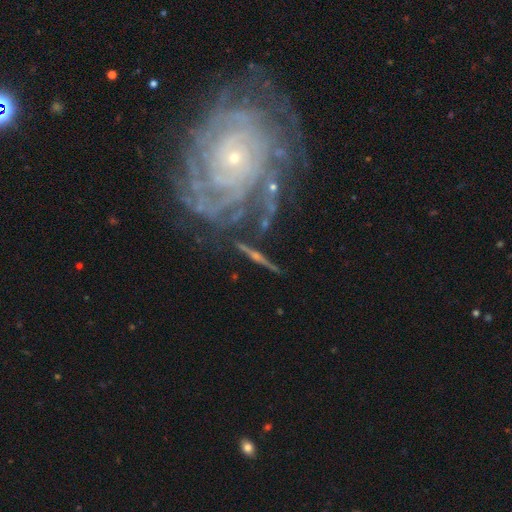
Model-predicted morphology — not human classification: Smooth or featured: featured or disk — 81% (smooth — 10%)
Edge-on disk: no — 61% (yes — 39%)
Merging: none — 65% (minor disturbance — 17%)